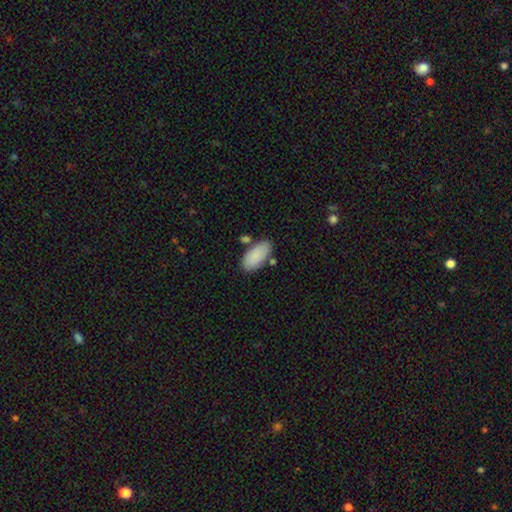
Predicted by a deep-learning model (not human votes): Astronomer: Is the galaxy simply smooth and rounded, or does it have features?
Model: smooth — 88%.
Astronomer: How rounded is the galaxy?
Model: in between — 92%.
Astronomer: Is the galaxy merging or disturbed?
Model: none — 75%.